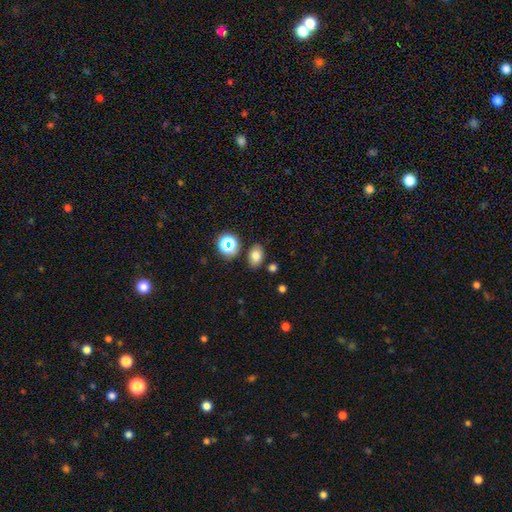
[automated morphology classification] Smooth or featured? smooth (74%)
How rounded? in between (77%)
Merging? none (80%)